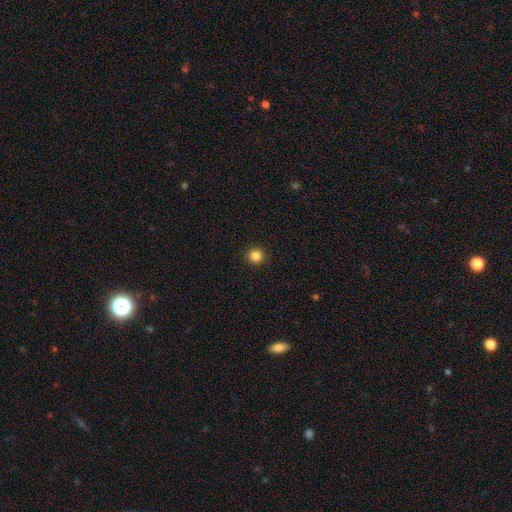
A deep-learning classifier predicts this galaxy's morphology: Smooth or featured? Predicted: smooth (p=0.85). How rounded? Predicted: round (p=0.95). Merging? Predicted: none (p=0.93).